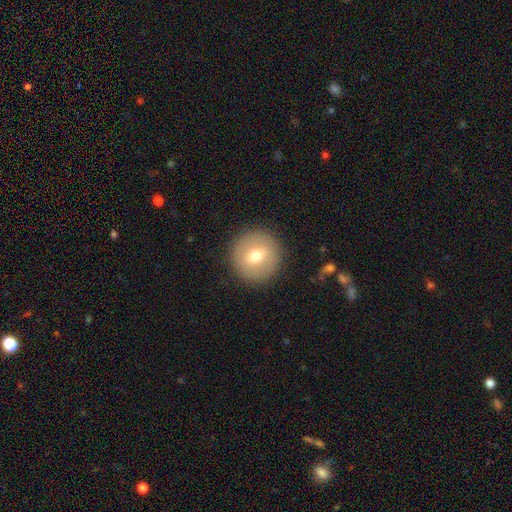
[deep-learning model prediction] smooth-or-featured: smooth: 65% | featured or disk: 26% | star or artifact: 9%
  how-rounded: round: 95% | in between: 4% | cigar-shaped: 1%
  merging: none: 90% | minor disturbance: 6% | major disturbance: 2% | merger: 1%